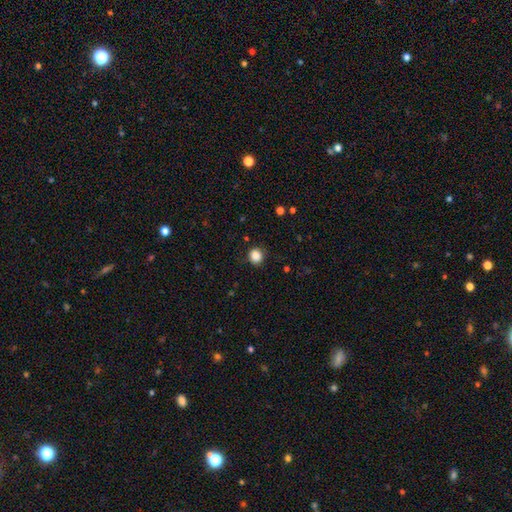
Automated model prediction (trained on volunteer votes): The model was most divided on "how rounded": round: 82%, in between: 17%, cigar-shaped: 1%. More confident: merging — none (87%); smooth or featured — smooth (87%).